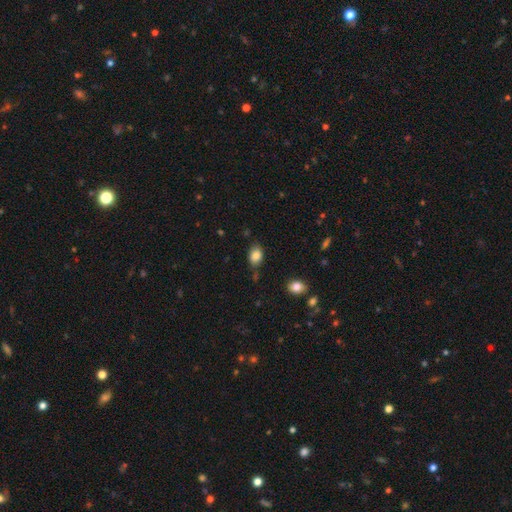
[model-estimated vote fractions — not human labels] Smooth or featured? Predicted: smooth (p=0.85). How rounded? Predicted: in between (p=0.81). Merging? Predicted: none (p=0.71).